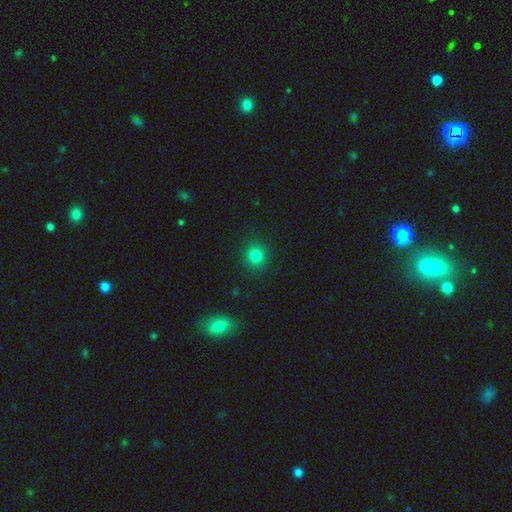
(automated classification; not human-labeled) The model was most divided on "smooth or featured": smooth: 82%, star or artifact: 13%, featured or disk: 5%. More confident: merging — none (90%); how rounded — round (89%).